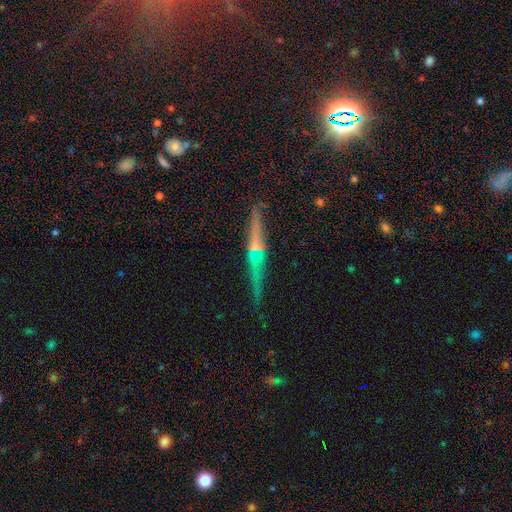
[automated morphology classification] Smooth or featured? Predicted: featured or disk (p=0.66). Edge-on disk? Predicted: yes (p=0.95). Edge-on bulge? Predicted: rounded (p=0.57). Merging? Predicted: none (p=0.80).